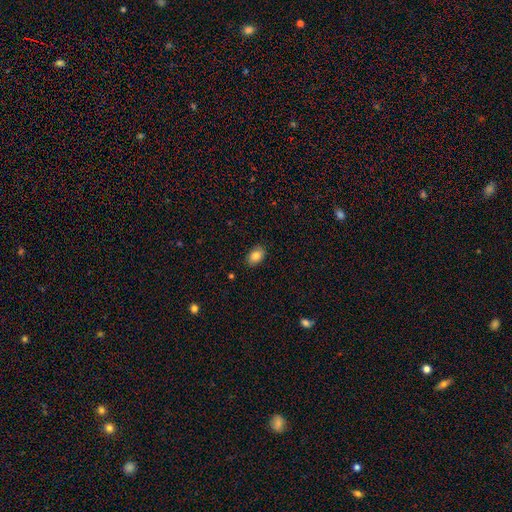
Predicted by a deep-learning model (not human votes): A smooth galaxy with no disk features (86%) that is in between round and cigar-shaped (83%). Merging: none (86%).